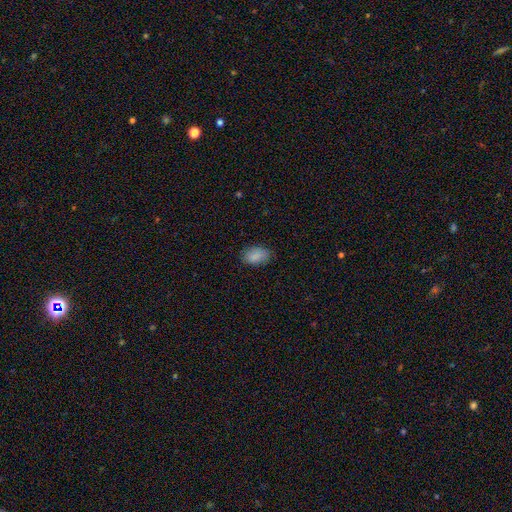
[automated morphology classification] Q: Smooth or featured?
A: smooth (87%); runner-up: star or artifact (8%)
Q: How rounded?
A: in between (89%); runner-up: round (9%)
Q: Merging?
A: none (77%); runner-up: minor disturbance (18%)